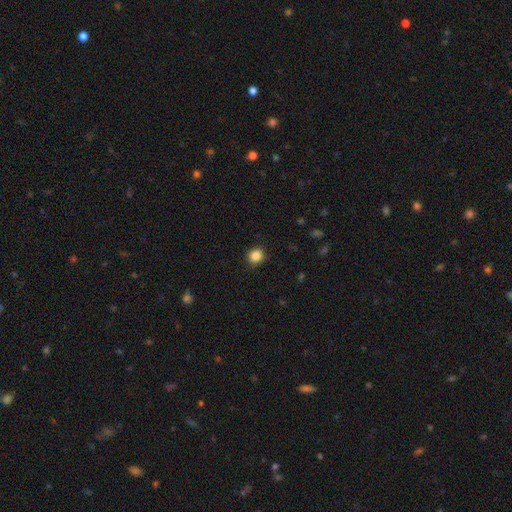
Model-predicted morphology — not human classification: Q: Smooth or featured?
A: smooth (86%); runner-up: star or artifact (11%)
Q: How rounded?
A: round (90%); runner-up: in between (9%)
Q: Merging?
A: none (90%); runner-up: minor disturbance (7%)